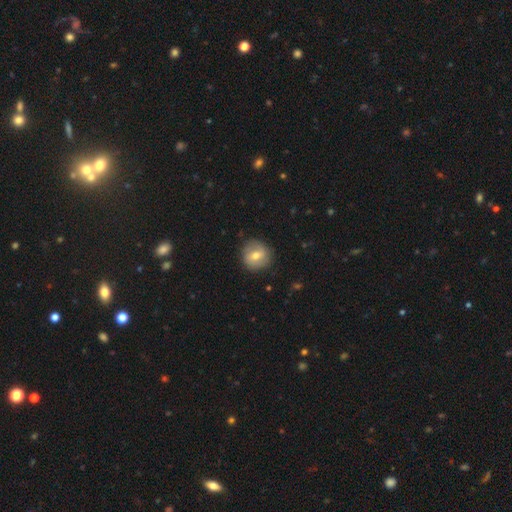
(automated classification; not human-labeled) The model was most divided on "smooth or featured": smooth: 59%, featured or disk: 33%, star or artifact: 8%. More confident: how rounded — round (90%); merging — none (85%).